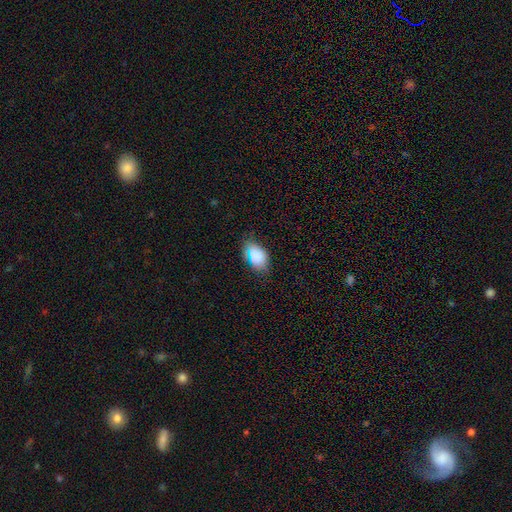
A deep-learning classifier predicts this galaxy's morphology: Smooth or featured: smooth — 80% (star or artifact — 14%)
How rounded: in between — 90% (round — 8%)
Merging: none — 76% (minor disturbance — 18%)